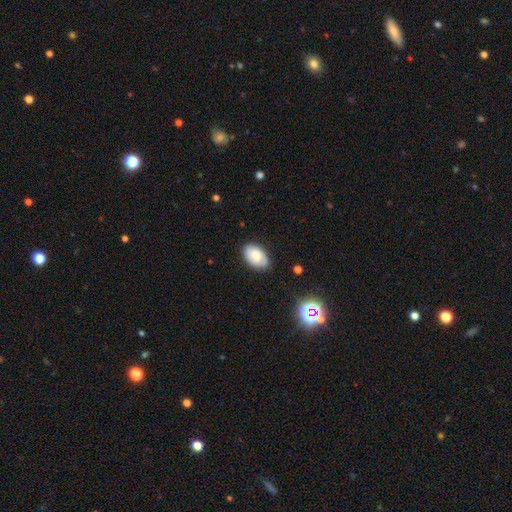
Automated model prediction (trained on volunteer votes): smooth-or-featured: smooth: 76% | featured or disk: 16% | star or artifact: 8%
  how-rounded: in between: 92% | round: 7% | cigar-shaped: 1%
  merging: none: 78% | minor disturbance: 18% | major disturbance: 3% | merger: 1%